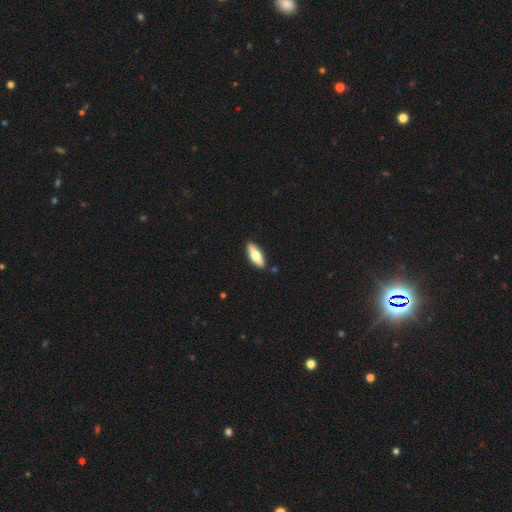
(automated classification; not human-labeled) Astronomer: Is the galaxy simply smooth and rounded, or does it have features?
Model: smooth — 58% (runner-up: featured or disk, 36%).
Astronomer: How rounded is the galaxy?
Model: in between — 54% (runner-up: cigar-shaped, 44%).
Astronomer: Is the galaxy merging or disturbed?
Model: none — 89%.